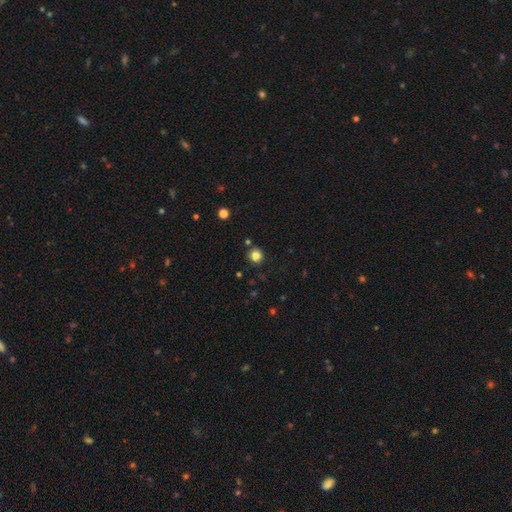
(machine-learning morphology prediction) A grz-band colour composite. It shows a smooth galaxy with no disk features (83%) that is round (93%). Merging: none (86%).